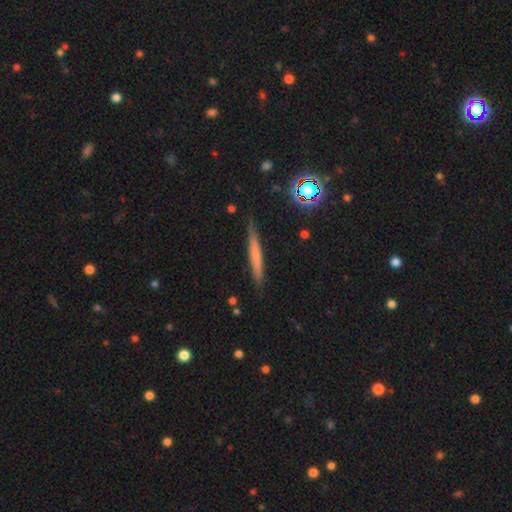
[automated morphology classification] Smooth or featured? smooth (58%)
How rounded? cigar-shaped (95%)
Merging? none (82%)